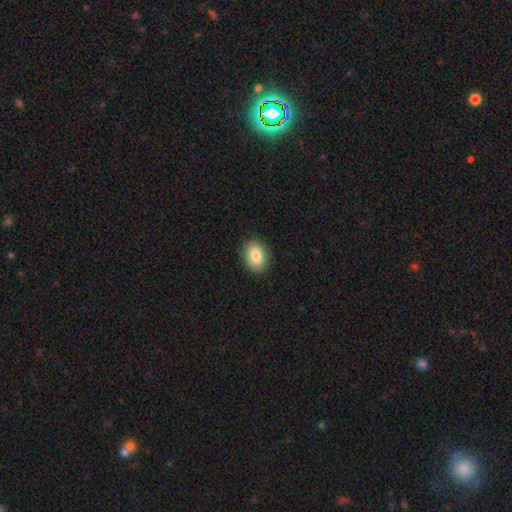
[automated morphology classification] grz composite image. It shows a smooth galaxy with no disk features (84%) that is in between round and cigar-shaped (72%). Merging: none (89%).